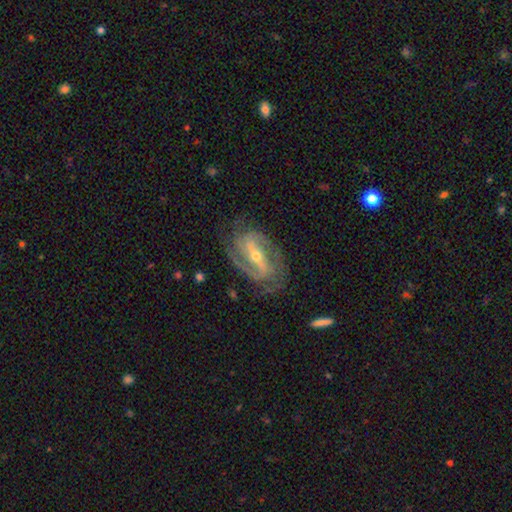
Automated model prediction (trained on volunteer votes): Smooth or featured: featured or disk — 90% (smooth — 5%)
Edge-on disk: no — 96% (yes — 4%)
Bar: strong — 61% (weak — 27%)
Spiral arms: yes — 96% (no — 4%)
Spiral winding: medium — 45% (tight — 42%)
Spiral arm count: 2 — 69% (3 — 14%)
Bulge size: small — 54% (moderate — 43%)
Merging: none — 75% (minor disturbance — 16%)